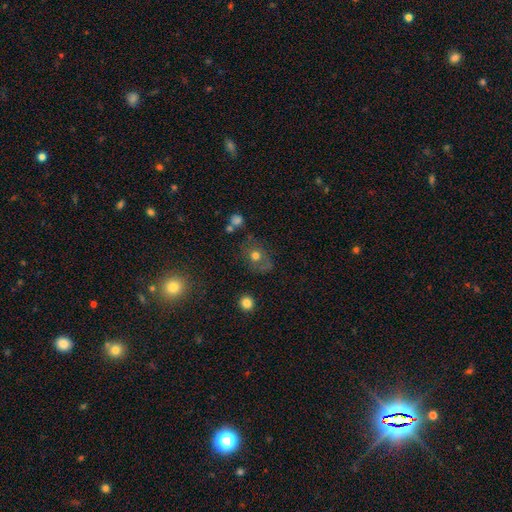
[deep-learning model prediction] smooth-or-featured: smooth: 65% | featured or disk: 20% | star or artifact: 15%
  how-rounded: round: 67% | in between: 32% | cigar-shaped: 1%
  merging: none: 59% | minor disturbance: 21% | major disturbance: 13% | merger: 7%